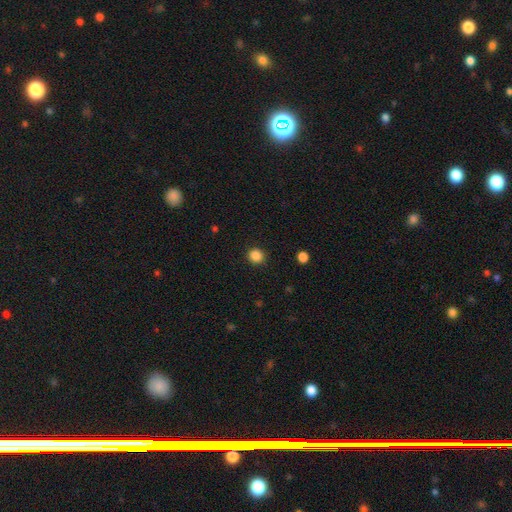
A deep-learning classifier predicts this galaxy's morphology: Smooth or featured? Predicted: smooth (p=0.86). How rounded? Predicted: round (p=0.90). Merging? Predicted: none (p=0.91).